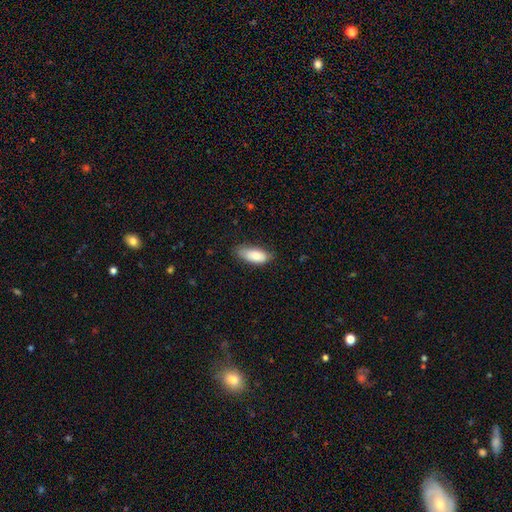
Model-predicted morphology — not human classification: Smooth or featured? Predicted: smooth (p=0.81). How rounded? Predicted: in between (p=0.84). Merging? Predicted: none (p=0.64).